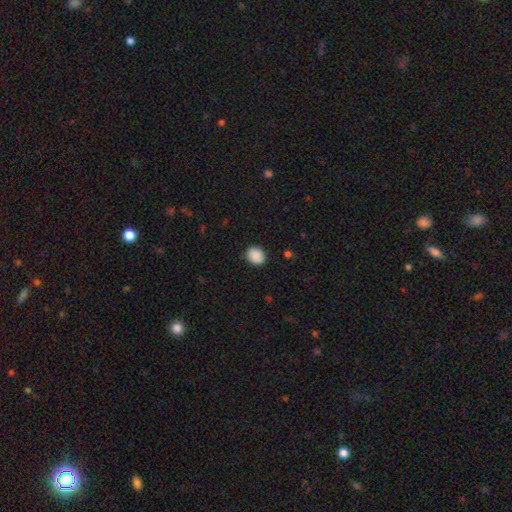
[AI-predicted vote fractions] Smooth or featured? Predicted: smooth (p=0.89). How rounded? Predicted: round (p=0.58). Merging? Predicted: none (p=0.86).